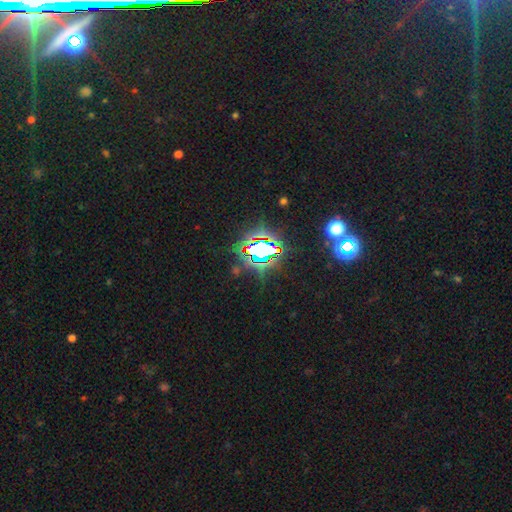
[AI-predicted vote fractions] smooth_or_featured: star or artifact (p=0.75) [alt: smooth p=0.14]